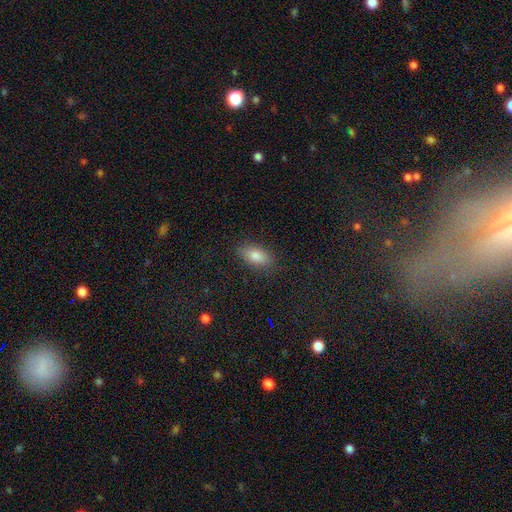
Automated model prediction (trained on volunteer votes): Smooth or featured?
  - smooth: 80% *
  - featured or disk: 10%
  - star or artifact: 10%
How rounded?
  - in between: 87% *
  - cigar-shaped: 8%
  - round: 5%
Merging?
  - none: 86% *
  - minor disturbance: 10%
  - major disturbance: 3%
  - merger: 1%